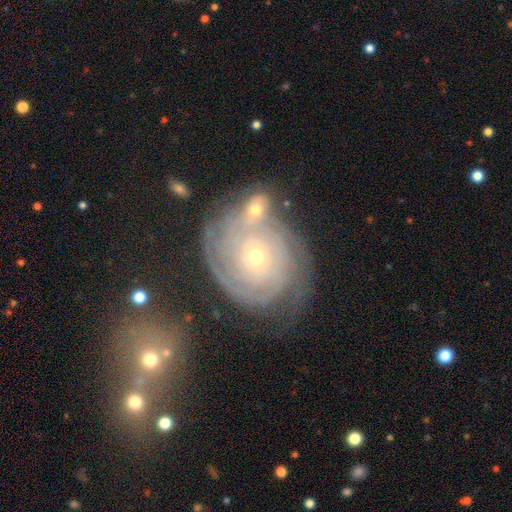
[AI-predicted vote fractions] This appears to be a featured or disk galaxy (81%) with no bar (82%), tight (82%) spiral arms (94%) and a small central bulge (68%). Merging: none (57%).